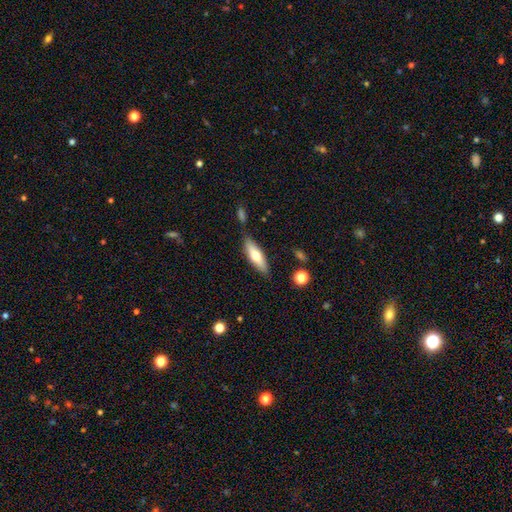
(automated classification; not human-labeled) This appears to be a smooth galaxy with no disk features (63%) that is cigar-shaped (51%). Merging: none (78%).